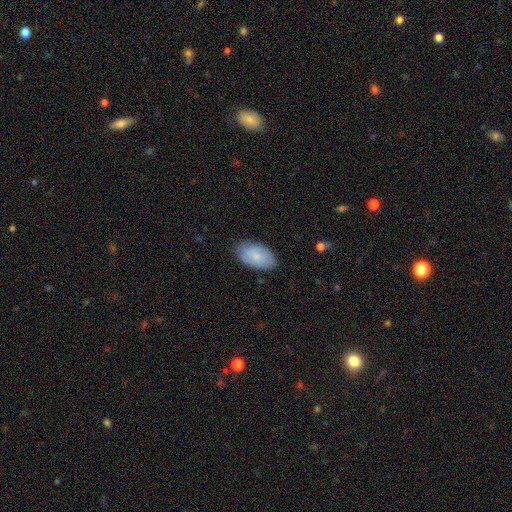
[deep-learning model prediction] Overall: smooth (76%). How rounded: in between (94%). Merging: none (77%).